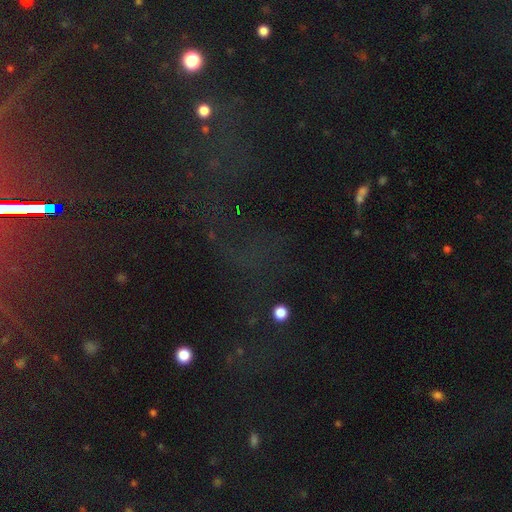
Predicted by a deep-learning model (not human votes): A star or artifact, not a galaxy (62%).